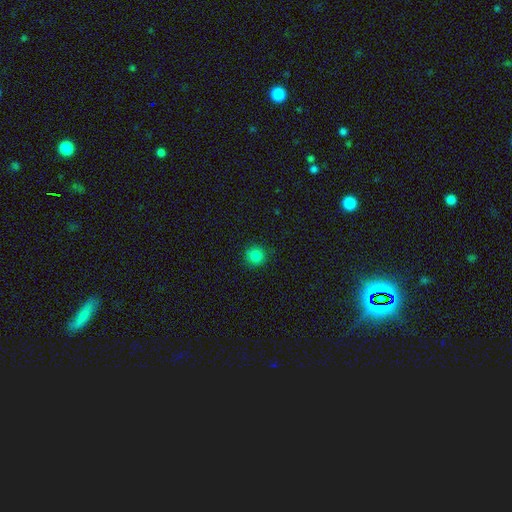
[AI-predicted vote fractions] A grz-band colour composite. It shows a smooth galaxy with no disk features (84%) that is round (94%). Merging: none (91%).